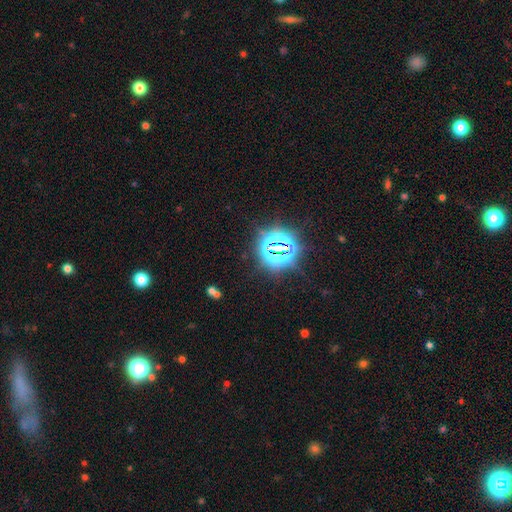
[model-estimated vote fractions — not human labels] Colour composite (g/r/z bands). It shows a star or artifact, not a galaxy (82%).